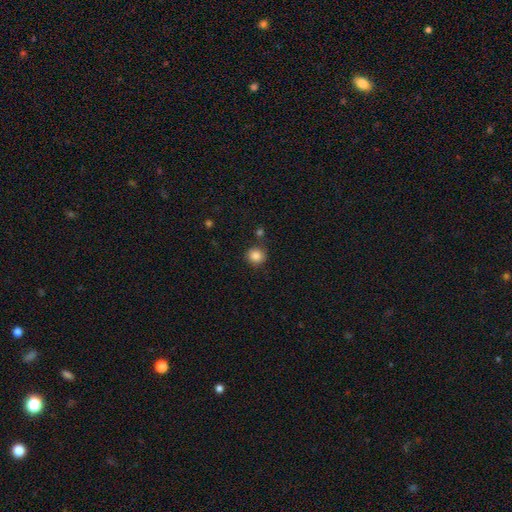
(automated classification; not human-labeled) smooth 86%, star or artifact 10%, featured or disk 4%. Down the decision tree: how rounded — round (90%); merging — none (82%).